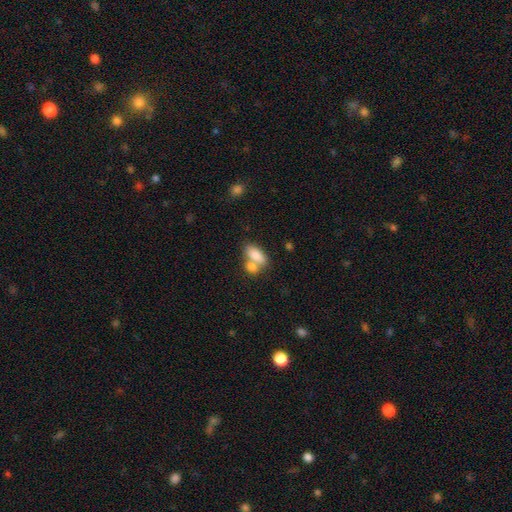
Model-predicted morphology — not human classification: smooth 81%, featured or disk 12%, star or artifact 7%. Down the decision tree: how rounded — in between (88%); merging — merger (53%).